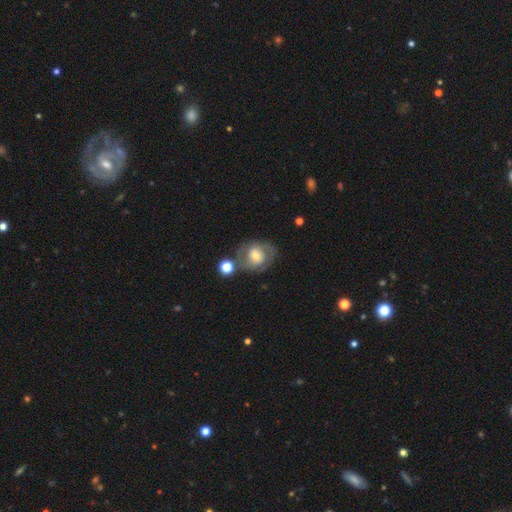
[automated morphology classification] Smooth or featured: featured or disk — 58% (smooth — 34%)
Edge-on disk: no — 96% (yes — 4%)
Bar: no — 56% (weak — 35%)
Spiral arms: yes — 74% (no — 26%)
Bulge size: moderate — 56% (small — 29%)
Merging: none — 53% (minor disturbance — 19%)